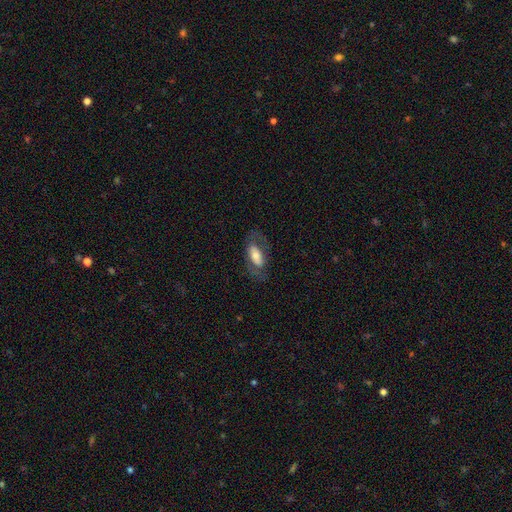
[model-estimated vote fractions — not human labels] Smooth or featured: featured or disk — 48% (smooth — 45%)
Merging: none — 70% (minor disturbance — 16%)